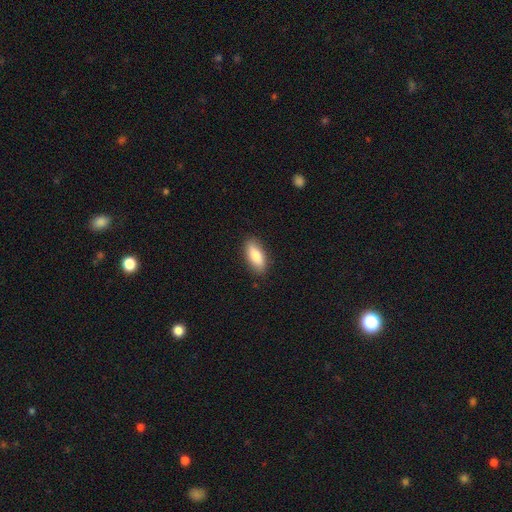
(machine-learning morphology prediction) type=smooth (82%); roundness=in between (81%); merging=none (86%).